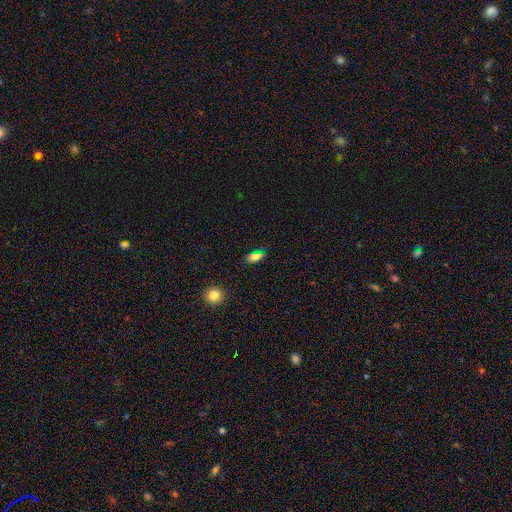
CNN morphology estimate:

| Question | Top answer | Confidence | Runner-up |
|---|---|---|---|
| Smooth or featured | smooth | 64% | star or artifact (24%) |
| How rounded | in between | 77% | cigar-shaped (12%) |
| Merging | none | 83% | minor disturbance (11%) |